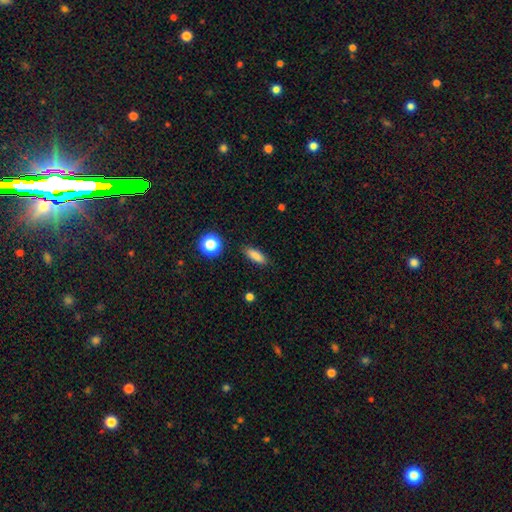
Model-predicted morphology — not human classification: Smooth or featured: smooth — 85% (star or artifact — 10%)
How rounded: in between — 57% (cigar-shaped — 38%)
Merging: none — 87% (minor disturbance — 9%)